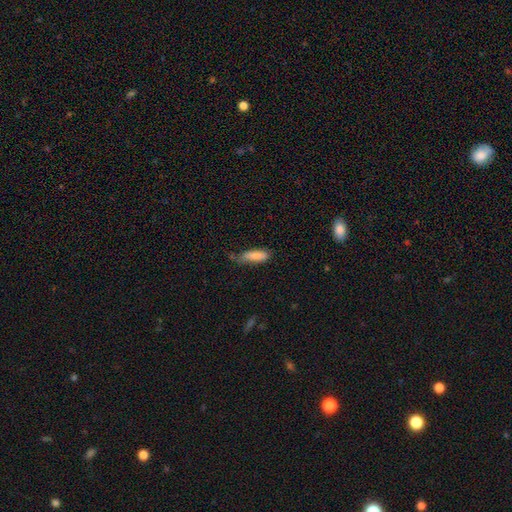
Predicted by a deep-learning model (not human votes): A smooth galaxy with no disk features (83%) that is cigar-shaped (55%).

Vote fractions:
- Smooth or featured? smooth: 83% / featured or disk: 10% / star or artifact: 7%
- How rounded? cigar-shaped: 55% / in between: 43% / round: 2%
- Merging? none: 50% / minor disturbance: 37% / major disturbance: 9% / merger: 4%